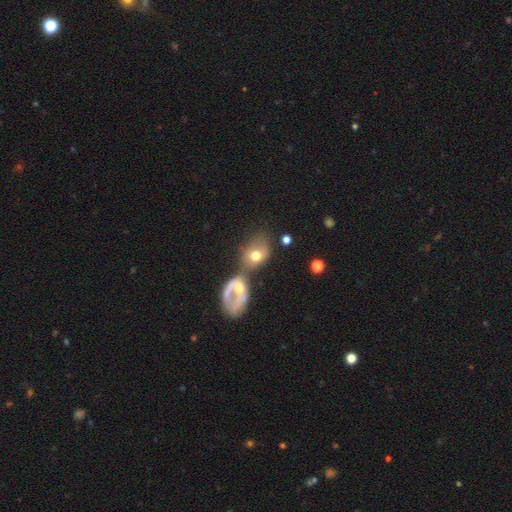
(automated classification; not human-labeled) The model was most divided on "how rounded": in between: 64%, round: 35%, cigar-shaped: 1%. More confident: smooth or featured — smooth (61%); merging — merger (59%).